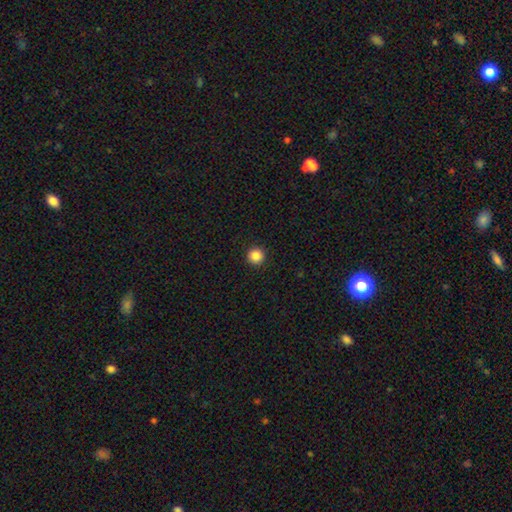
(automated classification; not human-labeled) Smooth or featured?
  - smooth: 86% *
  - star or artifact: 10%
  - featured or disk: 4%
How rounded?
  - round: 96% *
  - in between: 3%
  - cigar-shaped: 1%
Merging?
  - none: 93% *
  - minor disturbance: 4%
  - major disturbance: 2%
  - merger: 1%